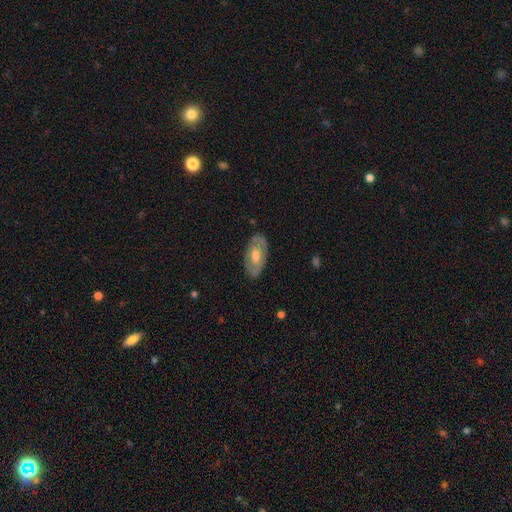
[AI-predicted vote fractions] Smooth or featured? featured or disk (56%)
Edge-on disk? no (87%)
Merging? none (81%)